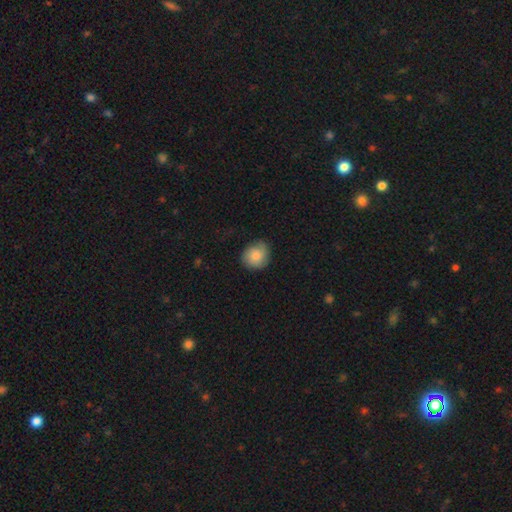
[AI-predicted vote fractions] Smooth or featured? smooth (78%)
How rounded? round (82%)
Merging? none (72%)